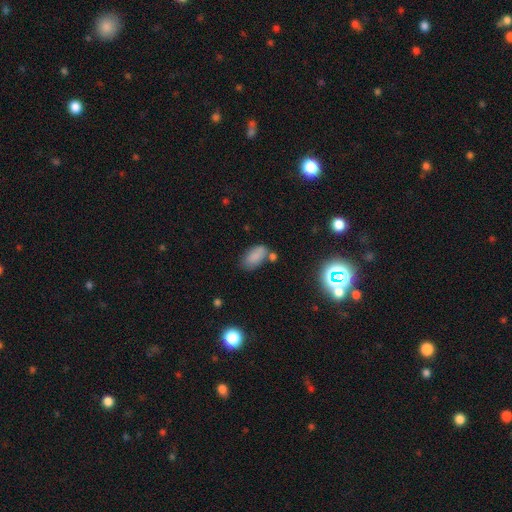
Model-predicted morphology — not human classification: Smooth or featured? smooth (82%)
How rounded? in between (93%)
Merging? none (57%)